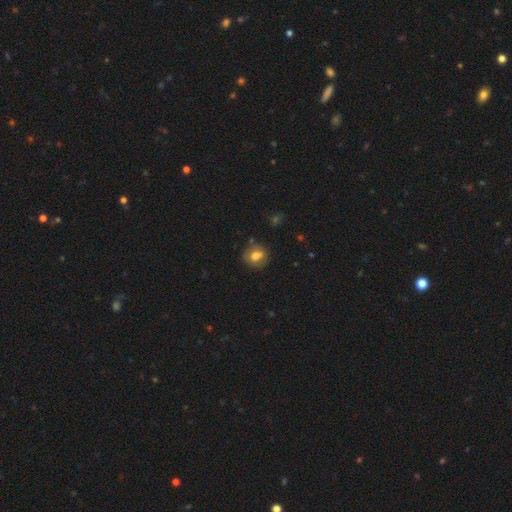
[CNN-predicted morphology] type=smooth (66%); roundness=round (68%); merging=none (74%).